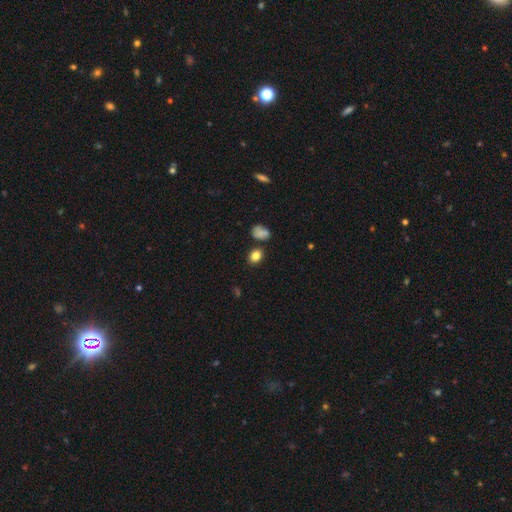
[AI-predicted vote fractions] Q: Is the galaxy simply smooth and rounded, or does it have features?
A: smooth — 84%.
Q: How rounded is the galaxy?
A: in between — 54%.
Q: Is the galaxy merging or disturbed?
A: none — 79%.